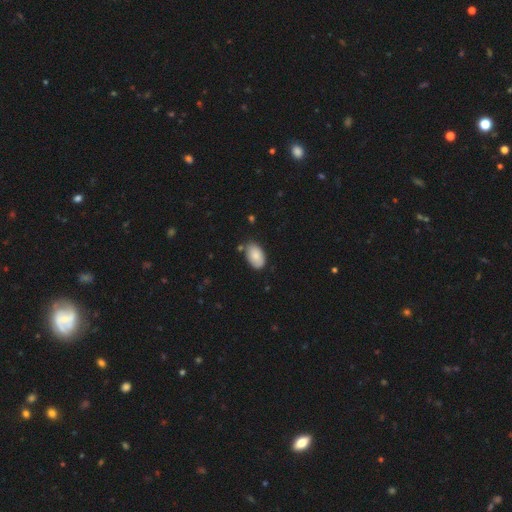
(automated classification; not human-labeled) A smooth galaxy with no disk features (85%) that is in between round and cigar-shaped (94%). Merging: none (75%).